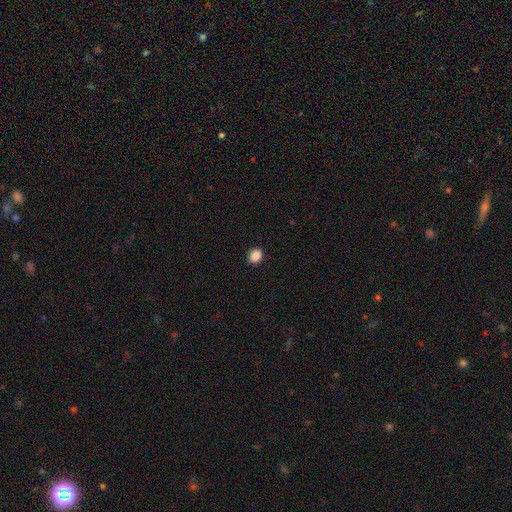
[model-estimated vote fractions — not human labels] Overall: smooth (88%). How rounded: round (65%; in between 34%). Merging: none (91%).